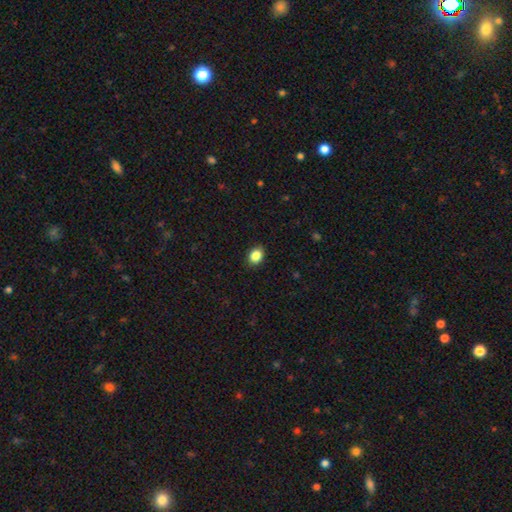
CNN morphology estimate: smooth_or_featured: smooth (p=0.87) [alt: star or artifact p=0.09]
how_rounded: in between (p=0.63) [alt: round p=0.36]
merging: none (p=0.89) [alt: minor disturbance p=0.08]